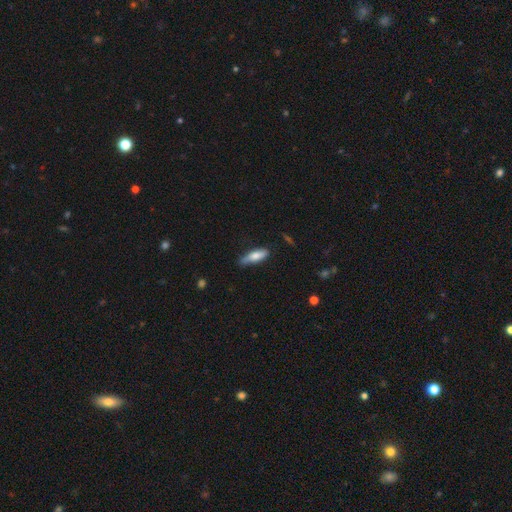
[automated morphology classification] Overall: smooth (73%). How rounded: cigar-shaped (50%; in between 48%). Merging: none (65%; minor disturbance 28%).